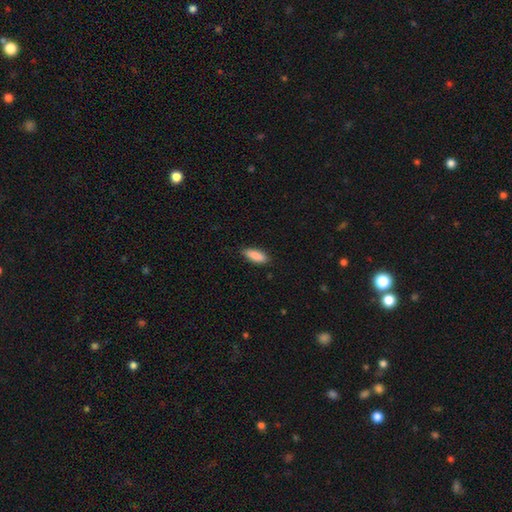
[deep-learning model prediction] A smooth galaxy with no disk features (89%) that is in between round and cigar-shaped (72%). Merging: none (85%).